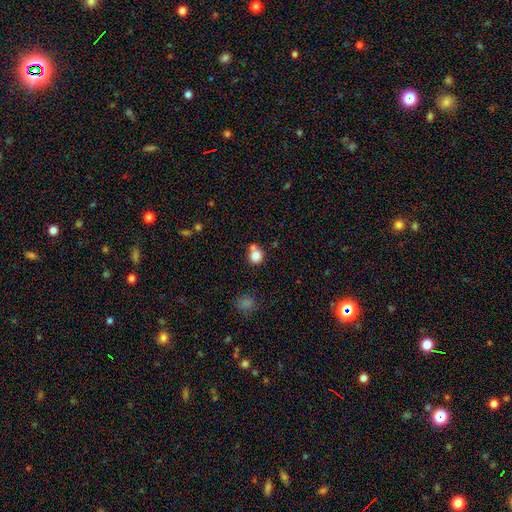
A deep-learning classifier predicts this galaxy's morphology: smooth-or-featured: smooth: 82% | star or artifact: 11% | featured or disk: 7%
  how-rounded: round: 86% | in between: 13% | cigar-shaped: 1%
  merging: none: 57% | merger: 29% | minor disturbance: 10% | major disturbance: 4%